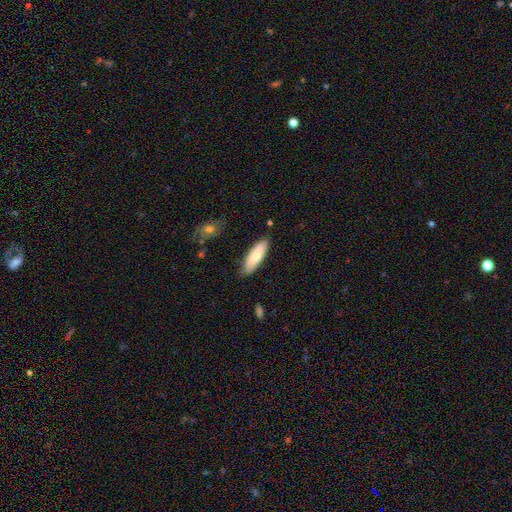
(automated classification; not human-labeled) smooth_or_featured: smooth (p=0.78) [alt: featured or disk p=0.17]
how_rounded: in between (p=0.57) [alt: cigar-shaped p=0.41]
merging: none (p=0.84) [alt: minor disturbance p=0.12]